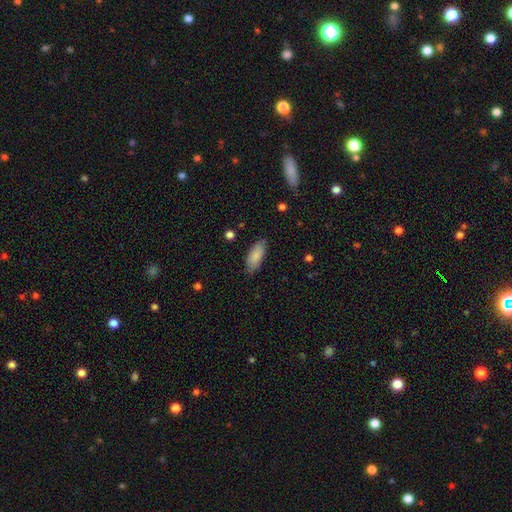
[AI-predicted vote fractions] smooth-or-featured: smooth: 86% | featured or disk: 8% | star or artifact: 6%
  how-rounded: in between: 78% | cigar-shaped: 21% | round: 2%
  merging: none: 83% | minor disturbance: 13% | major disturbance: 2% | merger: 1%